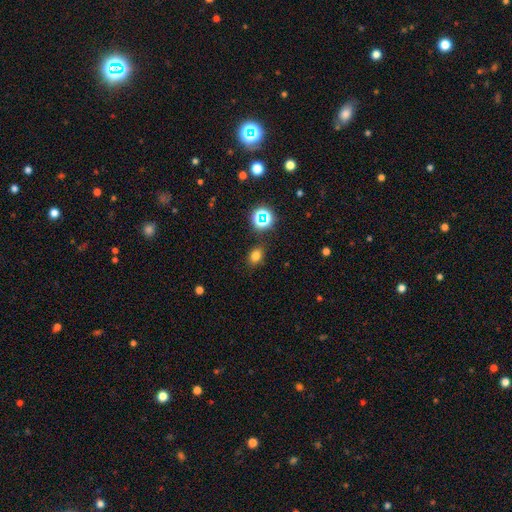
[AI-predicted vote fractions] Smooth or featured? smooth (74%)
How rounded? in between (63%)
Merging? none (84%)